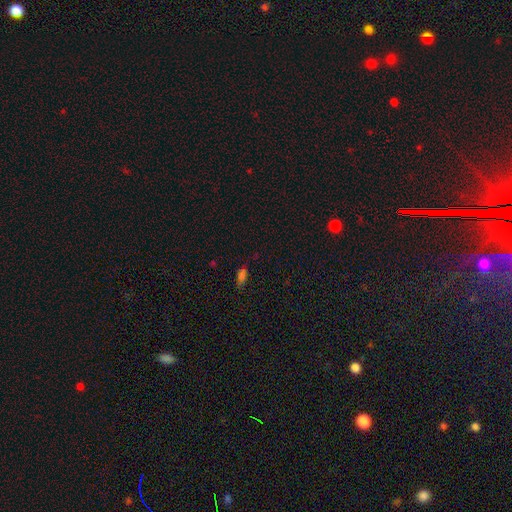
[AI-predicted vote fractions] A smooth galaxy with no disk features (56%) that is in between round and cigar-shaped (71%).

Vote fractions:
- Smooth or featured? smooth: 56% / star or artifact: 36% / featured or disk: 8%
- How rounded? in between: 71% / cigar-shaped: 17% / round: 12%
- Merging? none: 69% / minor disturbance: 20% / major disturbance: 8% / merger: 4%